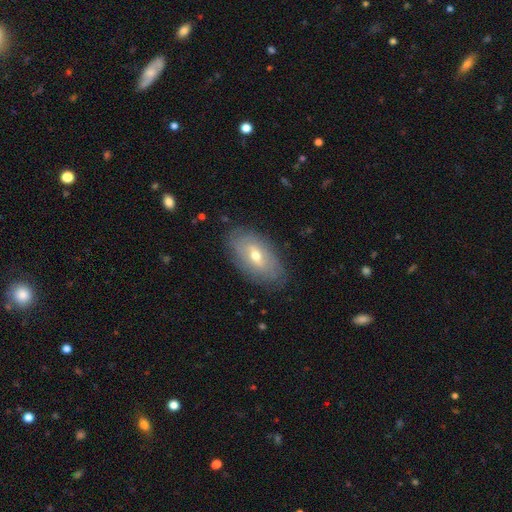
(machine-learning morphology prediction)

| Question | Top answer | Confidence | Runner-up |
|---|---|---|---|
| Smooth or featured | featured or disk | 50% | smooth (43%) |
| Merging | none | 81% | minor disturbance (14%) |